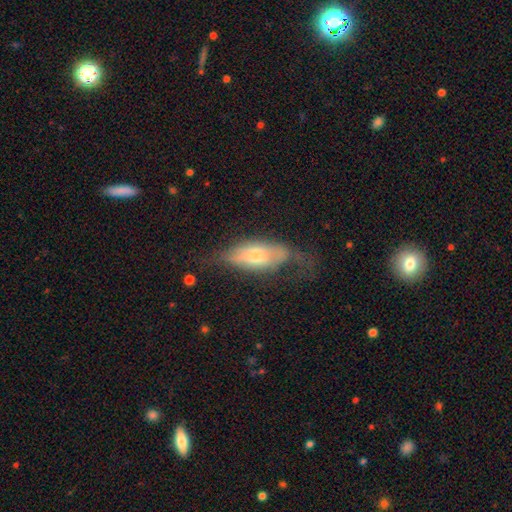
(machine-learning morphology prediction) Overall: smooth (49%; featured or disk 44%). Merging: none (41%; minor disturbance 30%).